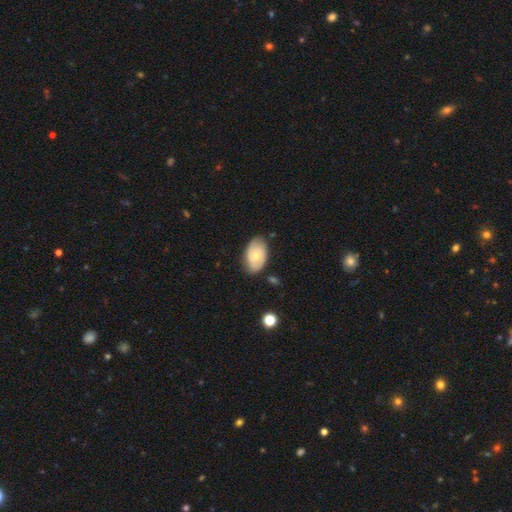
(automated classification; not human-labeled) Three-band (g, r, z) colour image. It shows a smooth galaxy with no disk features (59%) that is in between round and cigar-shaped (91%). Merging: none (72%).